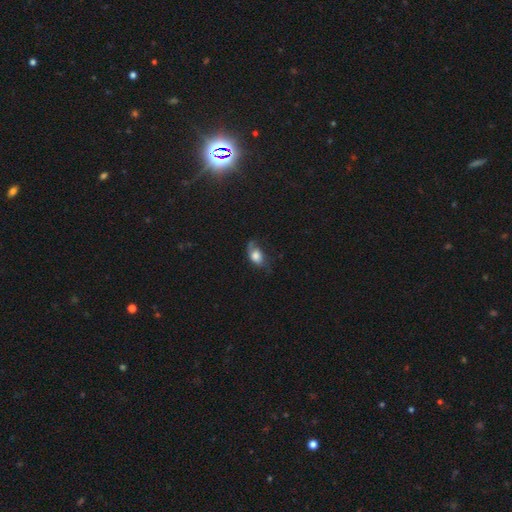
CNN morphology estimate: smooth 64%, featured or disk 26%, star or artifact 9%. Down the decision tree: how rounded — in between (82%); merging — none (43%).